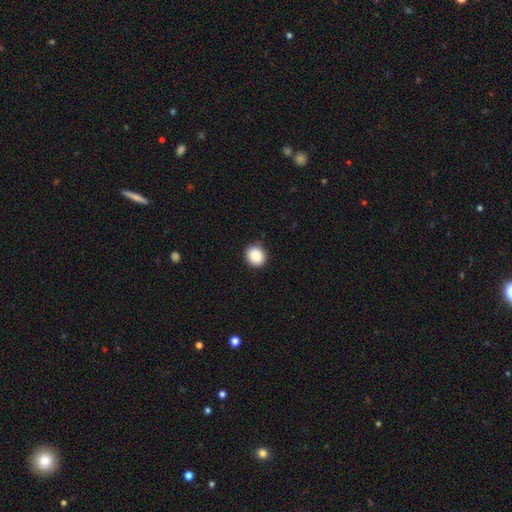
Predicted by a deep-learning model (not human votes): This appears to be a smooth galaxy with no disk features (89%) that is round (76%). Merging: none (88%).